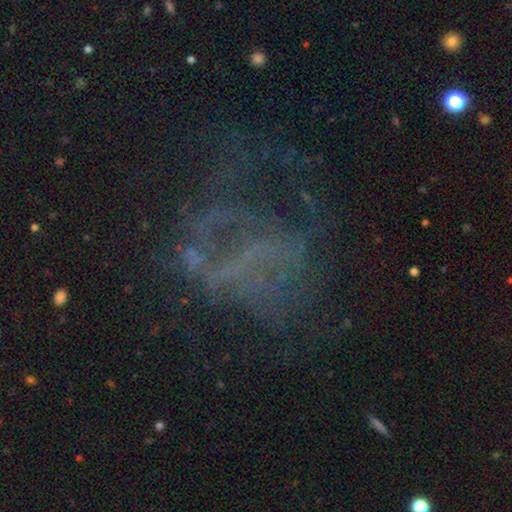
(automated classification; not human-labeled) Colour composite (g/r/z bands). It shows a featured or disk galaxy (54%) with no bar (79%), no spiral arms (78%) and no central bulge (81%). Merging: major disturbance (42%).